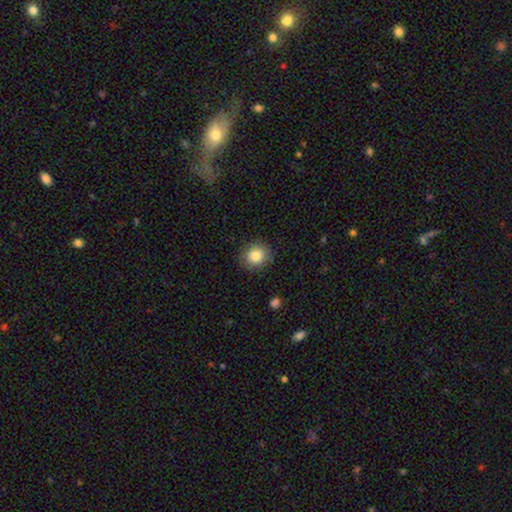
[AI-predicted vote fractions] Morphology: type=smooth (83%); roundness=round (84%); merging=none (86%).